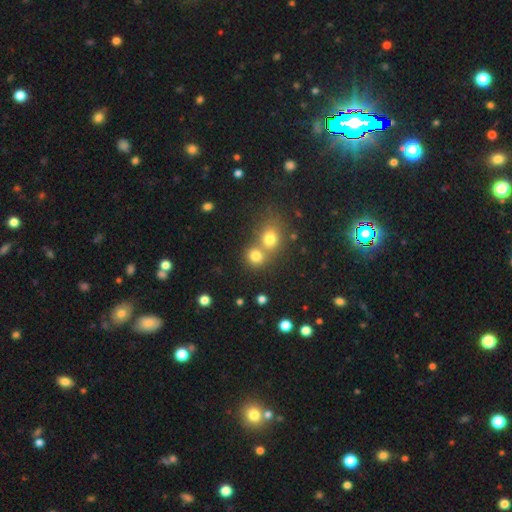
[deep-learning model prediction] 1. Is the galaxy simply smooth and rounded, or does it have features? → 77% smooth, 14% star or artifact, 8% featured or disk.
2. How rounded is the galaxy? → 81% round, 18% in between, 1% cigar-shaped.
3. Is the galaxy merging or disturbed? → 48% merger, 43% none, 6% minor disturbance, 3% major disturbance.